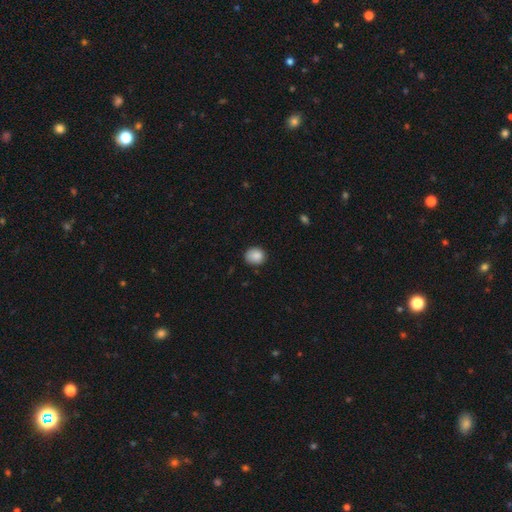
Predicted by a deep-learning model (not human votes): This is clearly a smooth galaxy (87%). How rounded: likely round (71%). Merging: likely none (80%).